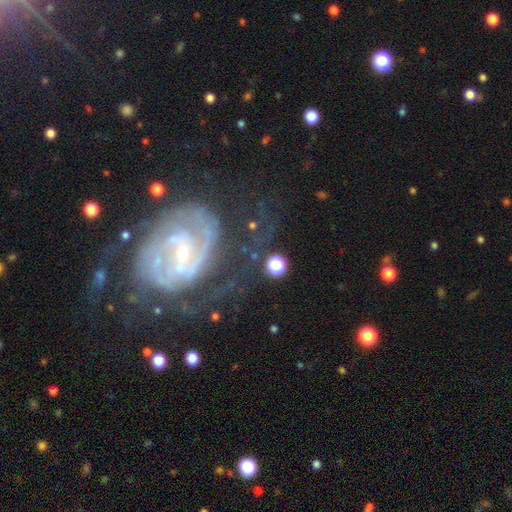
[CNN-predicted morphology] smooth_or_featured: featured or disk (p=0.86) [alt: star or artifact p=0.07]
disk_edge_on: no (p=0.97) [alt: yes p=0.03]
bar: weak (p=0.48) [alt: strong p=0.28]
has_spiral_arms: yes (p=0.95) [alt: no p=0.05]
spiral_winding: tight (p=0.58) [alt: medium p=0.33]
spiral_arm_count: 2 (p=0.56) [alt: can't tell p=0.20]
bulge_size: small (p=0.75) [alt: moderate p=0.18]
merging: none (p=0.57) [alt: minor disturbance p=0.20]